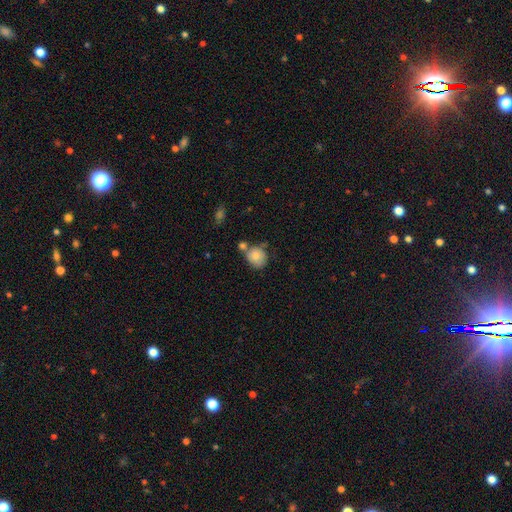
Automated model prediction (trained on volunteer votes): Morphology: type=smooth (75%); roundness=round (68%); merging=none (46%).